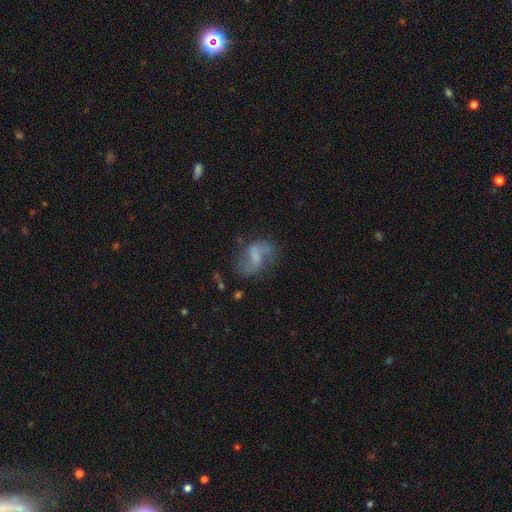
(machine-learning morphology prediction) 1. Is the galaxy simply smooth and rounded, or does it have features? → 61% featured or disk, 29% smooth, 10% star or artifact.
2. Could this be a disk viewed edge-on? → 97% no, 3% yes.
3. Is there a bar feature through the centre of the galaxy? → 49% weak, 32% no, 19% strong.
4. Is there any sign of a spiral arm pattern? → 81% yes, 19% no.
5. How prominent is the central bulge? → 43% none, 30% small, 21% moderate, 5% large, 1% dominant.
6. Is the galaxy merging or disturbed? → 56% none, 22% minor disturbance, 17% major disturbance, 4% merger.